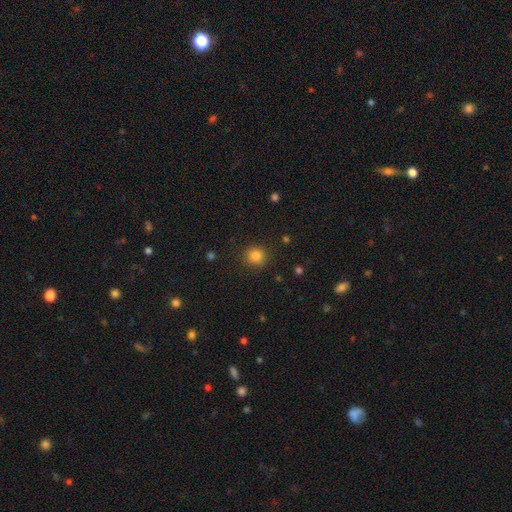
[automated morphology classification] Q: Smooth or featured?
A: smooth (83%); runner-up: star or artifact (12%)
Q: How rounded?
A: round (91%); runner-up: in between (8%)
Q: Merging?
A: none (88%); runner-up: minor disturbance (8%)